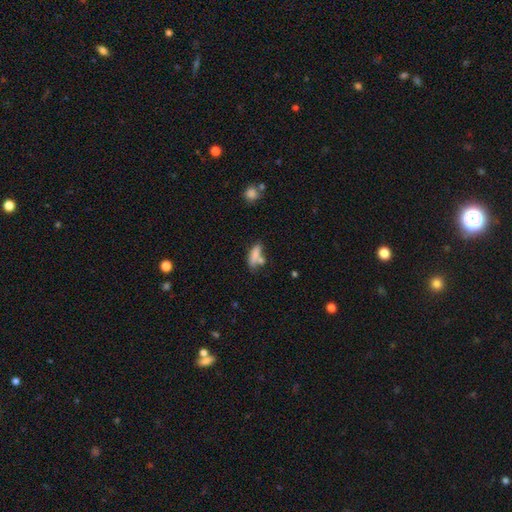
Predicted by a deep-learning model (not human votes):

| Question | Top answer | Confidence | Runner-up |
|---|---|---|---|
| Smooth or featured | smooth | 75% | featured or disk (16%) |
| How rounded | in between | 53% | cigar-shaped (43%) |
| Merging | none | 44% | merger (29%) |